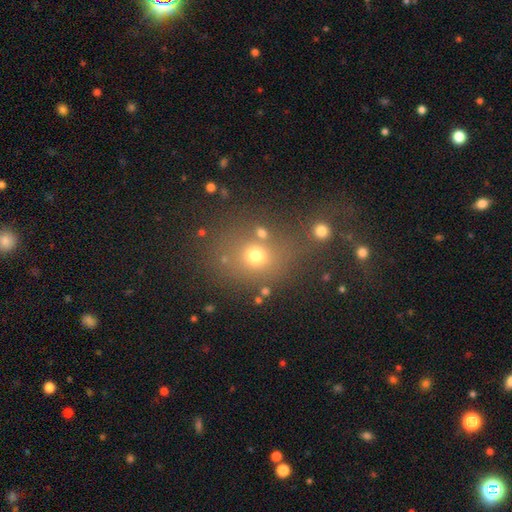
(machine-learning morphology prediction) Q: Smooth or featured?
A: smooth (66%); runner-up: star or artifact (22%)
Q: How rounded?
A: round (65%); runner-up: in between (34%)
Q: Merging?
A: none (67%); runner-up: merger (14%)